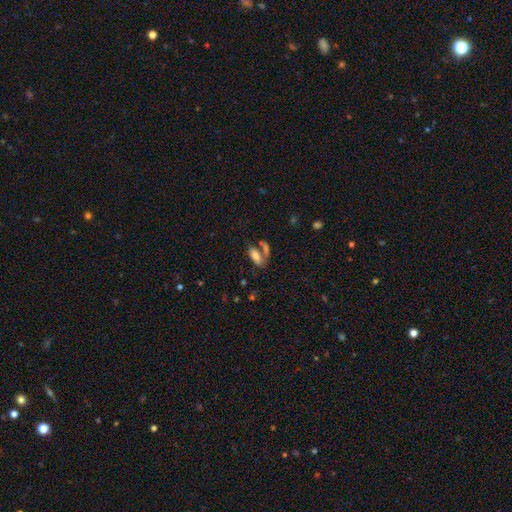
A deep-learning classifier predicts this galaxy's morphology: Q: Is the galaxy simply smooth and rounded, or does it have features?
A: smooth — 70%.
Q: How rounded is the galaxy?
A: in between — 82%.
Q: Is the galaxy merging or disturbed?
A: none — 40%.